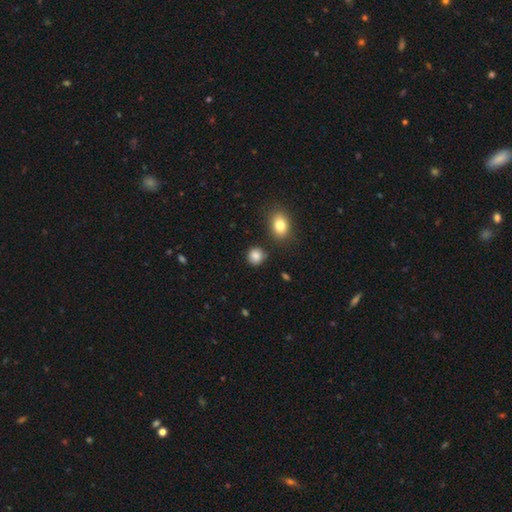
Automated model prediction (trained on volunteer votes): Overall: smooth (86%). How rounded: round (84%). Merging: none (84%).